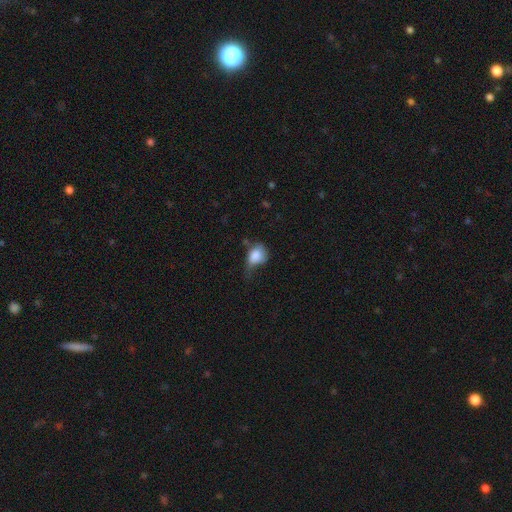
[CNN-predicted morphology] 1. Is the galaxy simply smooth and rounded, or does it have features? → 81% smooth, 11% featured or disk, 8% star or artifact.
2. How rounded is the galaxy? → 52% round, 47% in between, 1% cigar-shaped.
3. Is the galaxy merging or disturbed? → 39% minor disturbance, 31% major disturbance, 25% none, 5% merger.